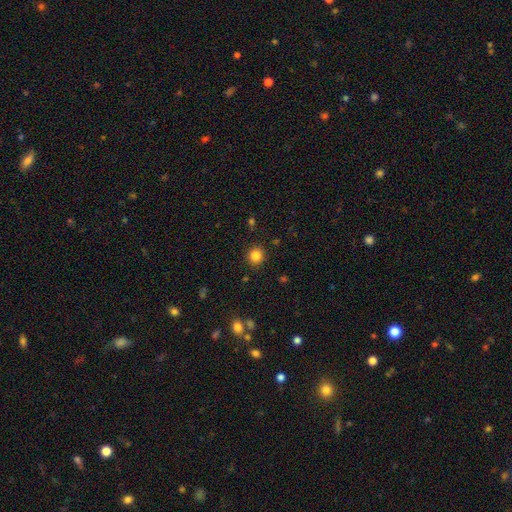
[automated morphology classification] Smooth or featured?
  - smooth: 85% *
  - star or artifact: 11%
  - featured or disk: 4%
How rounded?
  - round: 89% *
  - in between: 10%
  - cigar-shaped: 1%
Merging?
  - none: 89% *
  - minor disturbance: 7%
  - major disturbance: 2%
  - merger: 1%